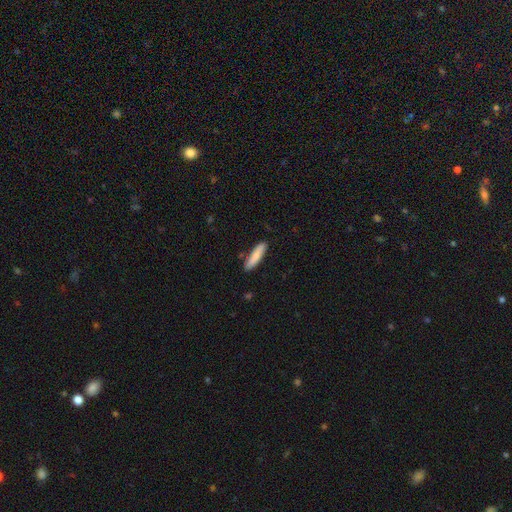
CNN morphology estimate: smooth_or_featured: smooth (p=0.80) [alt: featured or disk p=0.14]
how_rounded: cigar-shaped (p=0.79) [alt: in between p=0.20]
merging: none (p=0.86) [alt: minor disturbance p=0.10]